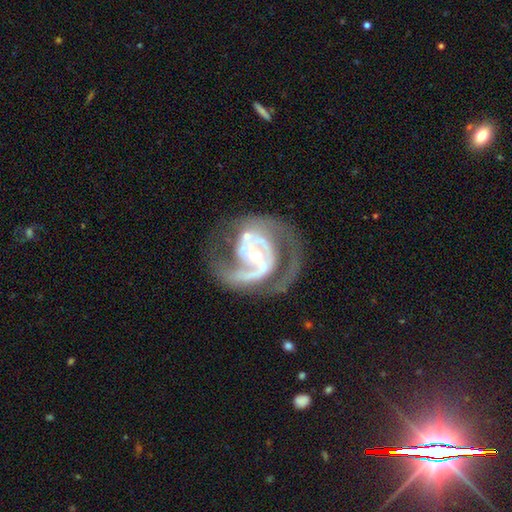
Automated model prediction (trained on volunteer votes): Smooth or featured?
  - featured or disk: 91% *
  - star or artifact: 5%
  - smooth: 4%
Edge-on disk?
  - no: 98% *
  - yes: 2%
Bar?
  - no: 37% *
  - weak: 35%
  - strong: 27%
Spiral arms?
  - yes: 96% *
  - no: 4%
Spiral winding?
  - medium: 54% *
  - tight: 31%
  - loose: 15%
Spiral arm count?
  - 2: 75% *
  - 3: 9%
  - can't tell: 6%
  - 1: 5%
  - 4: 2%
  - more than 4: 2%
Bulge size?
  - small: 58% *
  - moderate: 37%
  - large: 2%
  - none: 1%
  - dominant: 1%
Merging?
  - none: 56% *
  - major disturbance: 20%
  - minor disturbance: 17%
  - merger: 6%